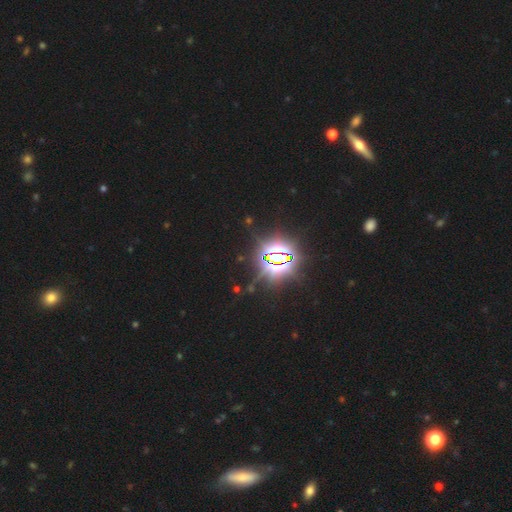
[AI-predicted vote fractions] A star or artifact, not a galaxy (83%).

Vote fractions:
- Smooth or featured? star or artifact: 83% / smooth: 11% / featured or disk: 6%